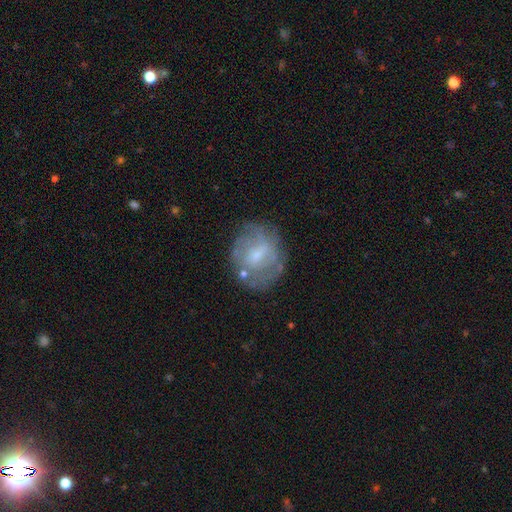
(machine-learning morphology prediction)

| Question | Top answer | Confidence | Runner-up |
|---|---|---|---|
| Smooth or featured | featured or disk | 56% | smooth (35%) |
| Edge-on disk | no | 97% | yes (3%) |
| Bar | weak | 47% | no (44%) |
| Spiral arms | yes | 52% | no (48%) |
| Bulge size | small | 58% | moderate (28%) |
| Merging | none | 62% | minor disturbance (22%) |